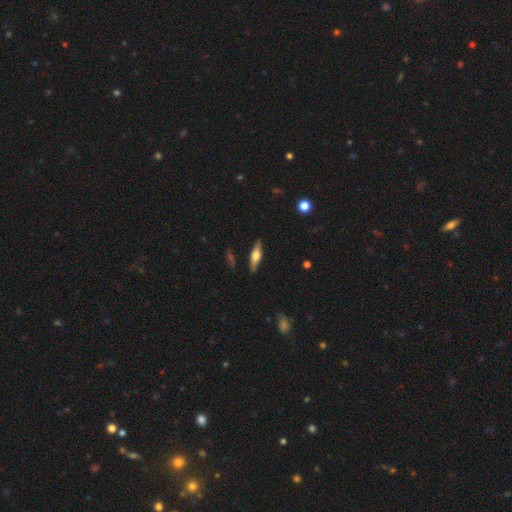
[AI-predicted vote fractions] This is possibly a featured or disk galaxy (57%). It is clearly viewed edge-on (94%). Edge-on bulge: clearly rounded (93%). Merging: clearly none (88%).